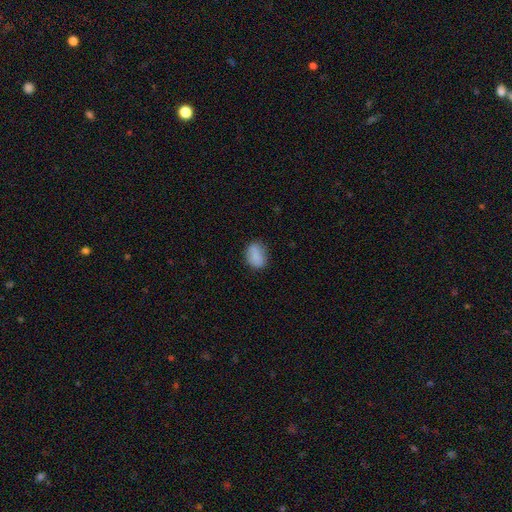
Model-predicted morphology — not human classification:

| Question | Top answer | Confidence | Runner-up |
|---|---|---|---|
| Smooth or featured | smooth | 81% | featured or disk (11%) |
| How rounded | in between | 66% | round (32%) |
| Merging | none | 73% | minor disturbance (20%) |